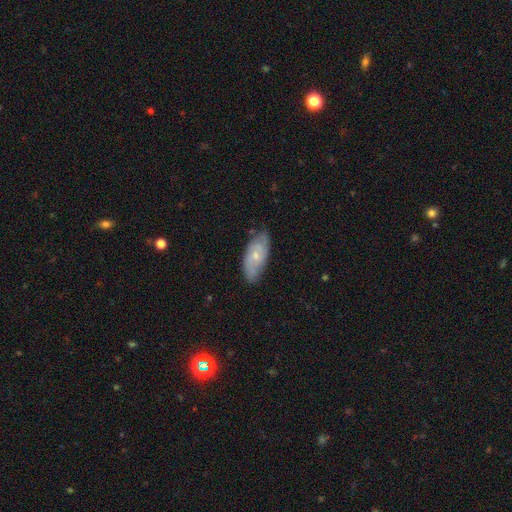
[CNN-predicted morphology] Smooth or featured? featured or disk (51%)
Edge-on disk? no (89%)
Merging? none (75%)